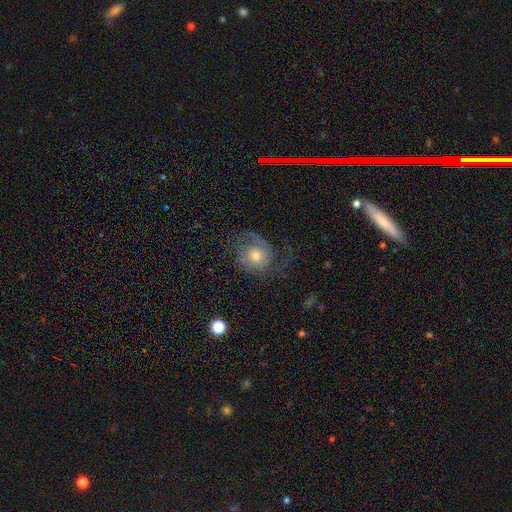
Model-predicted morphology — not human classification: type=featured or disk (76%); edge-on=no (97%); bar=no (76%); spiral arms=yes (94%); winding=medium (47%); arm count=2 (74%); bulge=moderate (61%); merging=none (64%).